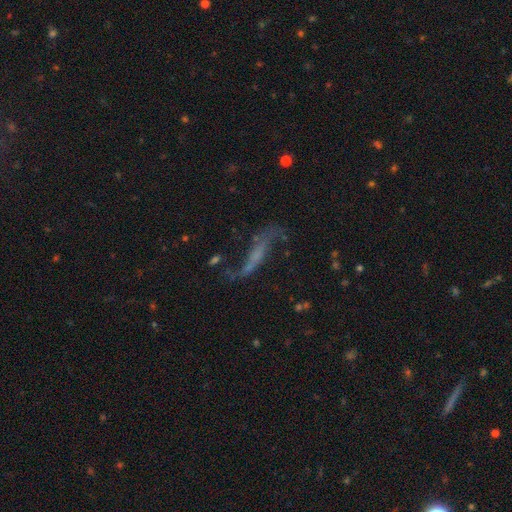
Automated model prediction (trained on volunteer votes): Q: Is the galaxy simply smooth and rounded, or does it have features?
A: featured or disk — 70%.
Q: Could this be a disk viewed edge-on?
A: no — 77%.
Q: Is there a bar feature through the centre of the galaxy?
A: no — 41%.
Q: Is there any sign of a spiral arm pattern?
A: yes — 82%.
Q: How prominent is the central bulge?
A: none — 57%.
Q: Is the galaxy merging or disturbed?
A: none — 53%.